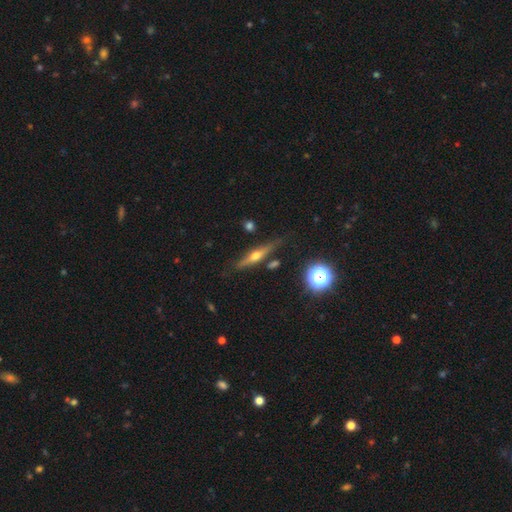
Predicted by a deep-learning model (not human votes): Smooth or featured? Predicted: featured or disk (p=0.66). Edge-on disk? Predicted: yes (p=0.95). Edge-on bulge? Predicted: rounded (p=0.93). Merging? Predicted: none (p=0.81).